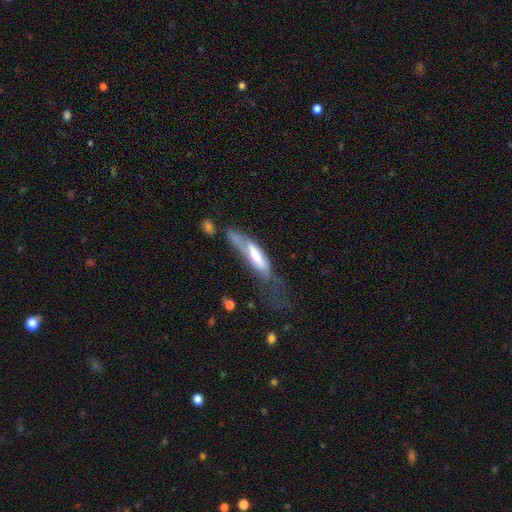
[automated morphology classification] Q: Smooth or featured?
A: smooth (55%); runner-up: featured or disk (38%)
Q: How rounded?
A: cigar-shaped (65%); runner-up: in between (33%)
Q: Merging?
A: major disturbance (47%); runner-up: minor disturbance (24%)